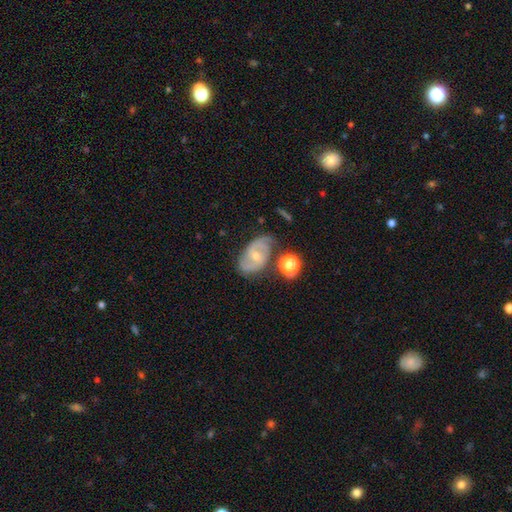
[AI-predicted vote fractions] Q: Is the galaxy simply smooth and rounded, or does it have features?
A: featured or disk — 74%.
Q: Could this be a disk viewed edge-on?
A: no — 96%.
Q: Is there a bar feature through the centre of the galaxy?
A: no — 45%.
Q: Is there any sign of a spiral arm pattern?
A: yes — 91%.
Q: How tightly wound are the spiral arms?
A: medium — 49%.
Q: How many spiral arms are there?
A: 2 — 83%.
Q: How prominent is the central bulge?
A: small — 57%.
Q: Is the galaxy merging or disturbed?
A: none — 68%.